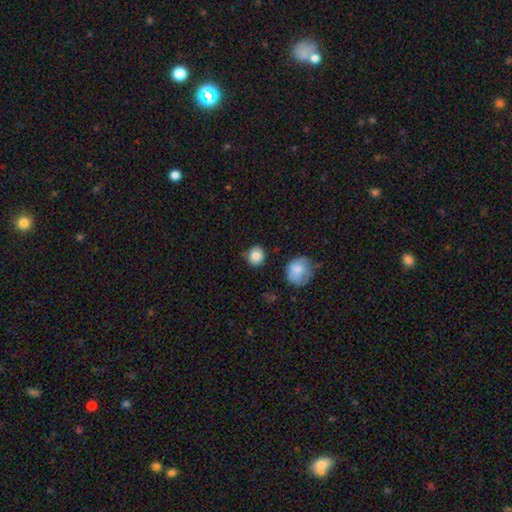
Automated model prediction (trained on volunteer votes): smooth_or_featured: smooth (p=0.84) [alt: star or artifact p=0.09]
how_rounded: round (p=0.86) [alt: in between p=0.13]
merging: none (p=0.79) [alt: minor disturbance p=0.14]